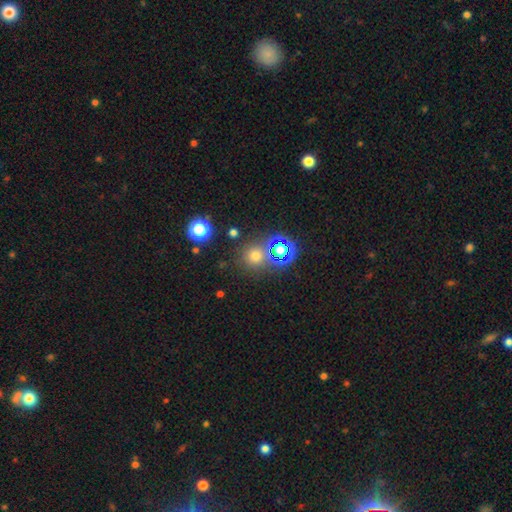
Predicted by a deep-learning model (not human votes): Q: Smooth or featured?
A: smooth (63%); runner-up: star or artifact (29%)
Q: How rounded?
A: round (91%); runner-up: in between (8%)
Q: Merging?
A: none (76%); runner-up: merger (12%)